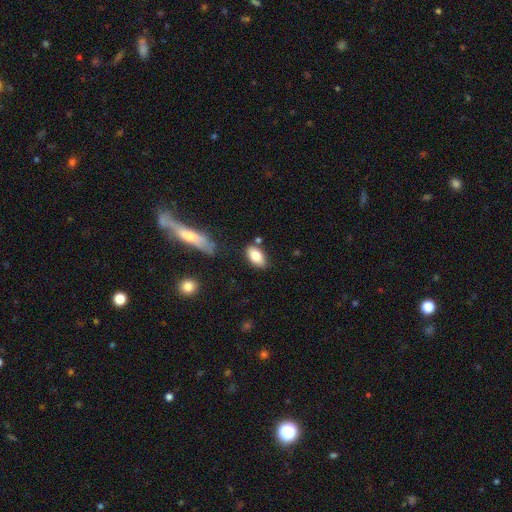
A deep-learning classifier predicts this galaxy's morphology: This is clearly a smooth galaxy (81%). How rounded: clearly in between (91%). Merging: likely none (78%).